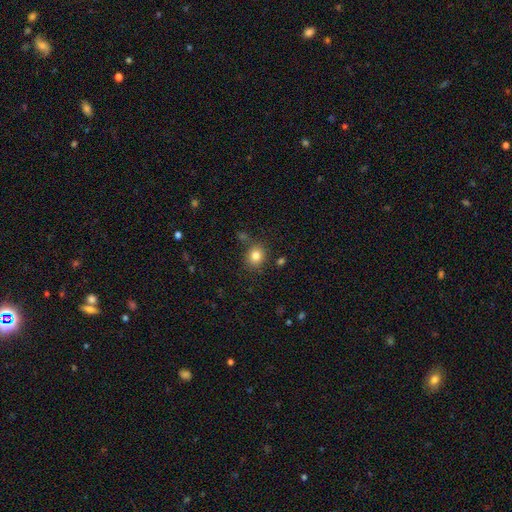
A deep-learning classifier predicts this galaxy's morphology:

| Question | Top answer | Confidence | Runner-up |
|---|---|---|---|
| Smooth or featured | smooth | 82% | star or artifact (11%) |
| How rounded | round | 74% | in between (26%) |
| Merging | none | 81% | minor disturbance (10%) |